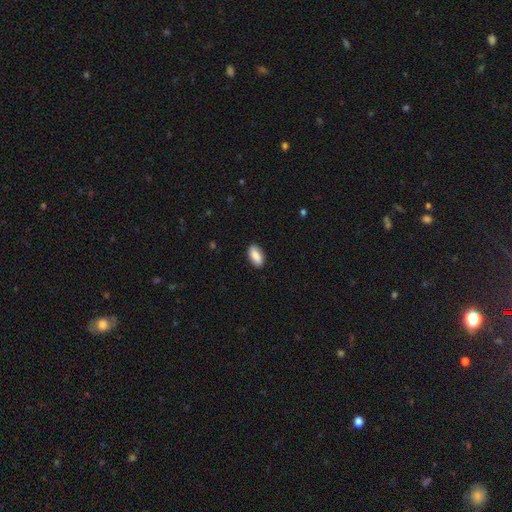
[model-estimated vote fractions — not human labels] smooth_or_featured: smooth (p=0.86) [alt: featured or disk p=0.08]
how_rounded: in between (p=0.88) [alt: cigar-shaped p=0.08]
merging: none (p=0.88) [alt: minor disturbance p=0.09]